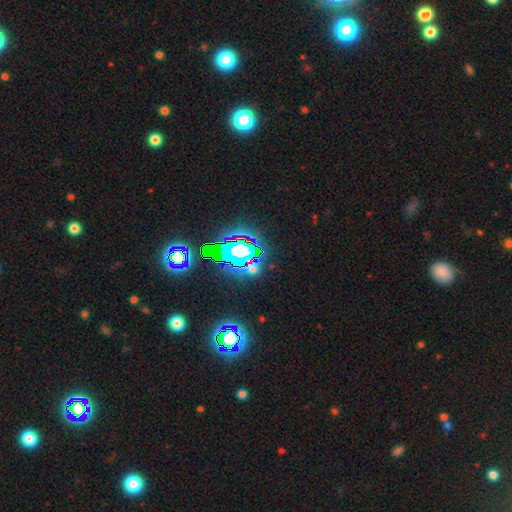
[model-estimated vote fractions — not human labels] A star or artifact, not a galaxy (81%).

Vote fractions:
- Smooth or featured? star or artifact: 81% / smooth: 11% / featured or disk: 8%